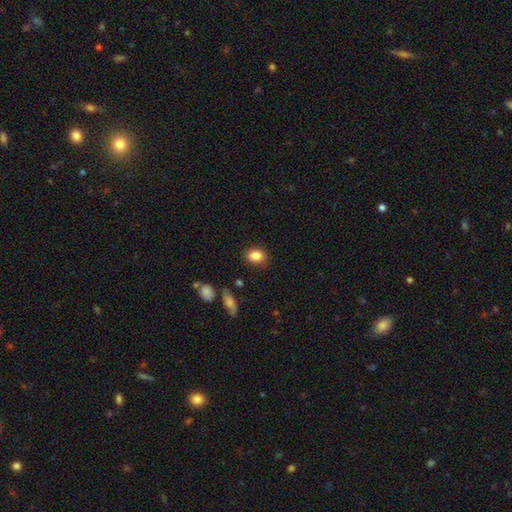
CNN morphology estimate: Smooth or featured? Predicted: smooth (p=0.86). How rounded? Predicted: in between (p=0.66). Merging? Predicted: none (p=0.83).